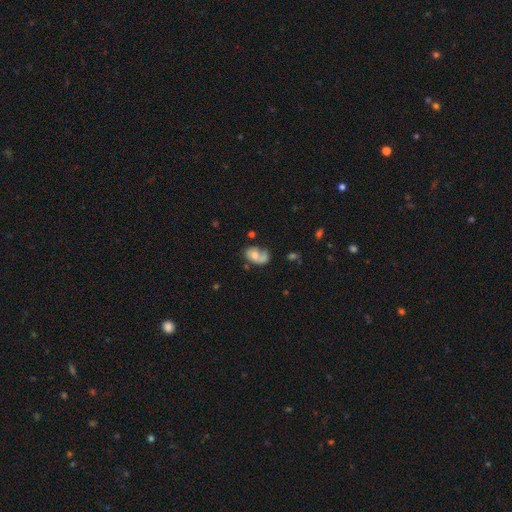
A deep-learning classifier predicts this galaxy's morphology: type=featured or disk (50%); merging=none (40%).